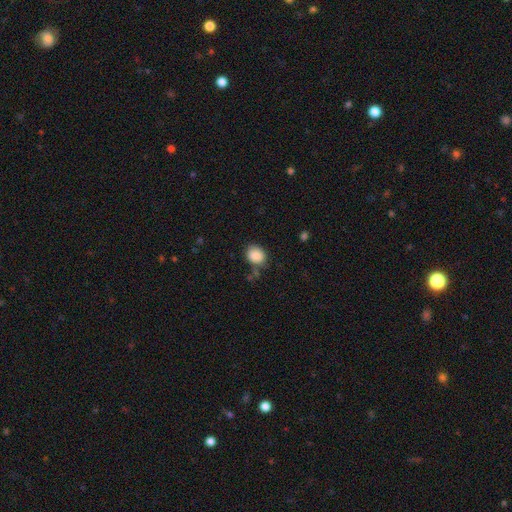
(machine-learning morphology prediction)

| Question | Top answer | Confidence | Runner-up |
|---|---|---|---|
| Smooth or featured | smooth | 88% | star or artifact (8%) |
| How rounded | round | 52% | in between (47%) |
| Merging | none | 70% | minor disturbance (19%) |